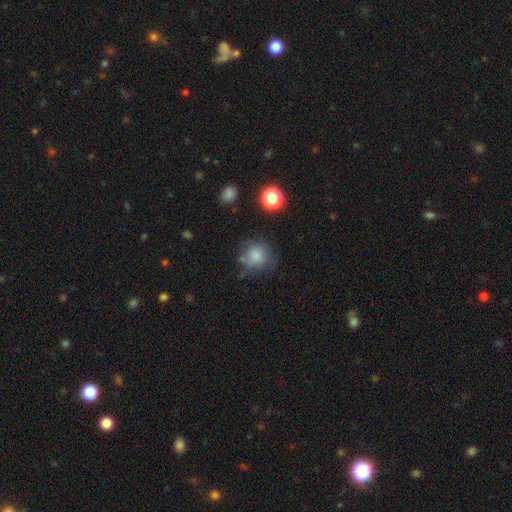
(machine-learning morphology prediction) smooth 81%, star or artifact 11%, featured or disk 8%. Down the decision tree: how rounded — round (83%); merging — none (65%).